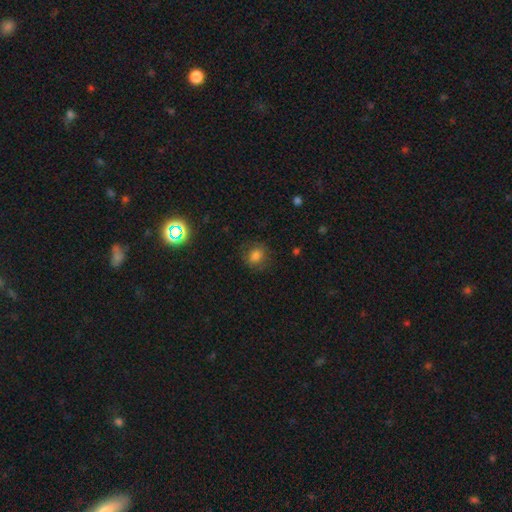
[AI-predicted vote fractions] A smooth galaxy with no disk features (77%) that is round (68%).

Vote fractions:
- Smooth or featured? smooth: 77% / star or artifact: 15% / featured or disk: 9%
- How rounded? round: 68% / in between: 31% / cigar-shaped: 1%
- Merging? none: 80% / minor disturbance: 14% / major disturbance: 5% / merger: 1%